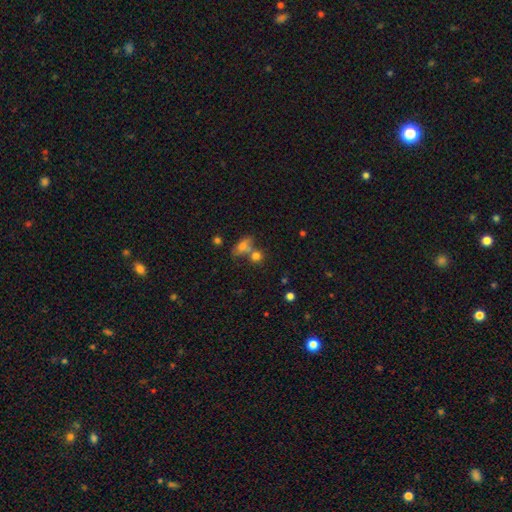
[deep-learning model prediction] smooth 76%, star or artifact 13%, featured or disk 10%. Down the decision tree: how rounded — round (66%); merging — none (49%).